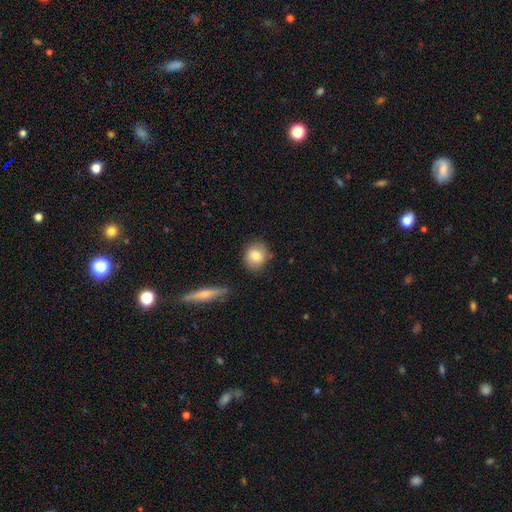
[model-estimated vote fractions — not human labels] Morphology: type=smooth (81%); roundness=round (73%); merging=none (81%).